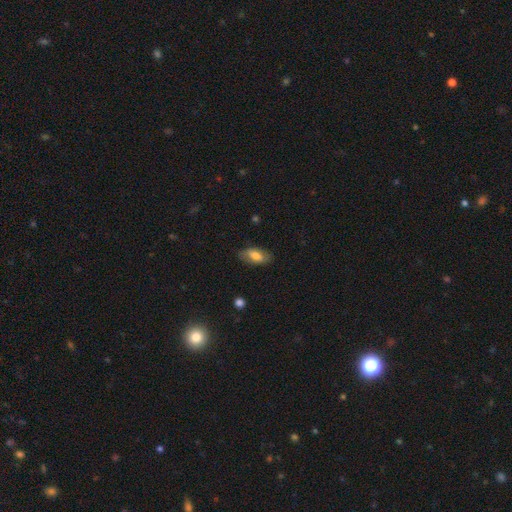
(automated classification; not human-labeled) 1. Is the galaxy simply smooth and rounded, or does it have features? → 70% smooth, 23% featured or disk, 7% star or artifact.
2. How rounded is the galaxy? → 89% in between, 8% cigar-shaped, 4% round.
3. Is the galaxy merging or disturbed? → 79% none, 16% minor disturbance, 4% major disturbance, 1% merger.